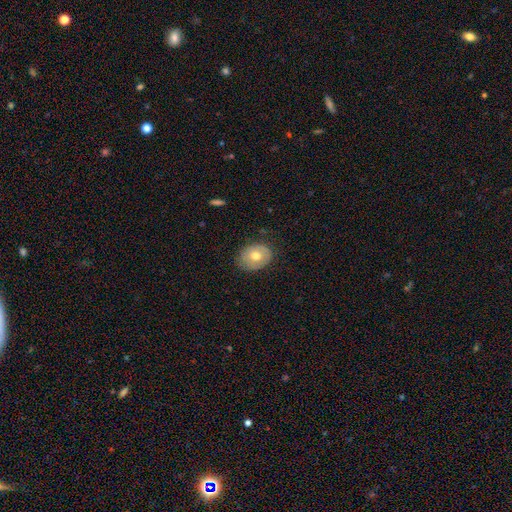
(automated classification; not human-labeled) This appears to be a smooth galaxy with no disk features (65%) that is in between round and cigar-shaped (54%). Merging: none (78%).